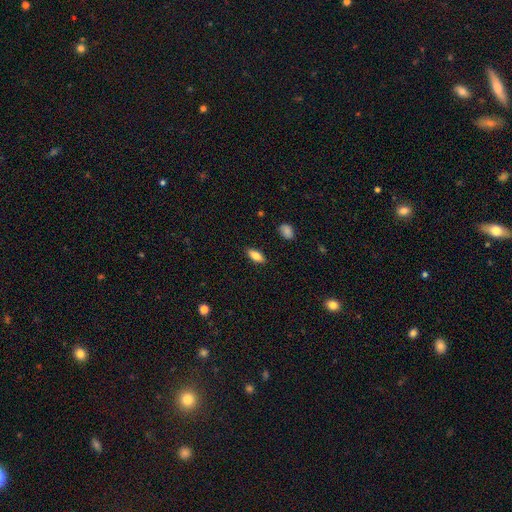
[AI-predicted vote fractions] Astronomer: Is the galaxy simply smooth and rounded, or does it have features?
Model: smooth — 82%.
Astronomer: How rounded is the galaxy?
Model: in between — 78%.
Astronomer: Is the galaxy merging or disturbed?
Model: none — 88%.